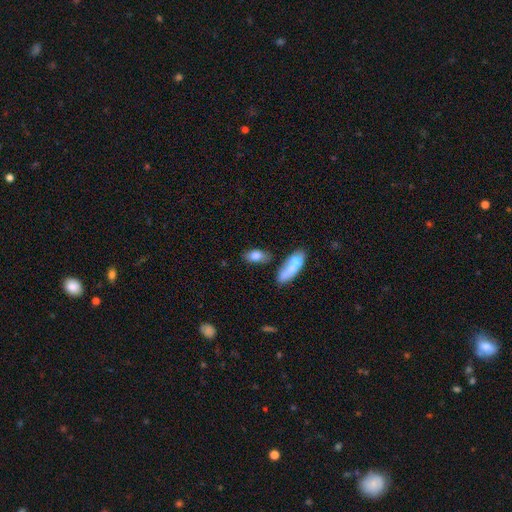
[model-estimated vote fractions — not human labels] A smooth galaxy with no disk features (81%) that is in between round and cigar-shaped (85%).

Vote fractions:
- Smooth or featured? smooth: 81% / featured or disk: 12% / star or artifact: 7%
- How rounded? in between: 85% / cigar-shaped: 10% / round: 6%
- Merging? none: 63% / minor disturbance: 17% / merger: 14% / major disturbance: 6%